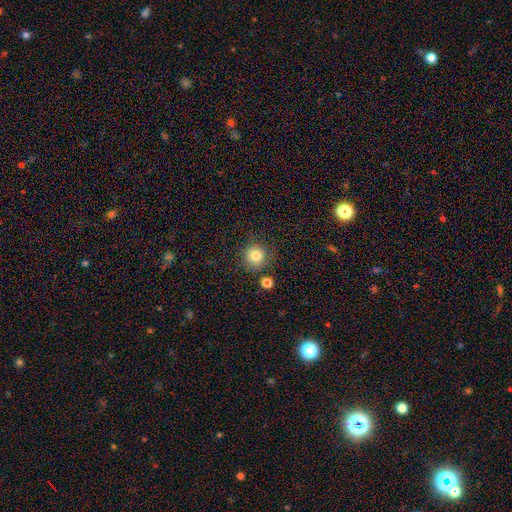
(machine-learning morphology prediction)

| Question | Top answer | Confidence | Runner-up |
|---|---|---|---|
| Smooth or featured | smooth | 83% | star or artifact (10%) |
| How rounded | round | 93% | in between (6%) |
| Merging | none | 79% | minor disturbance (11%) |